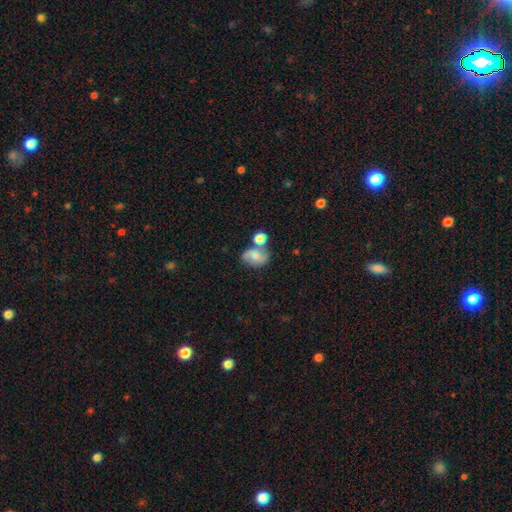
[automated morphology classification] The model was most divided on "smooth or featured": featured or disk: 51%, smooth: 39%, star or artifact: 10%. More confident: edge-on disk — no (97%); merging — none (52%).